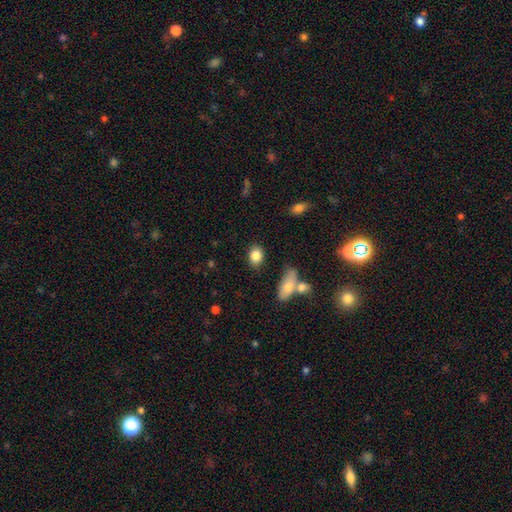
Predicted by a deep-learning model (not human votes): Smooth or featured?
  - smooth: 83% *
  - featured or disk: 9%
  - star or artifact: 8%
How rounded?
  - in between: 61% *
  - round: 37%
  - cigar-shaped: 2%
Merging?
  - none: 78% *
  - minor disturbance: 13%
  - merger: 6%
  - major disturbance: 4%